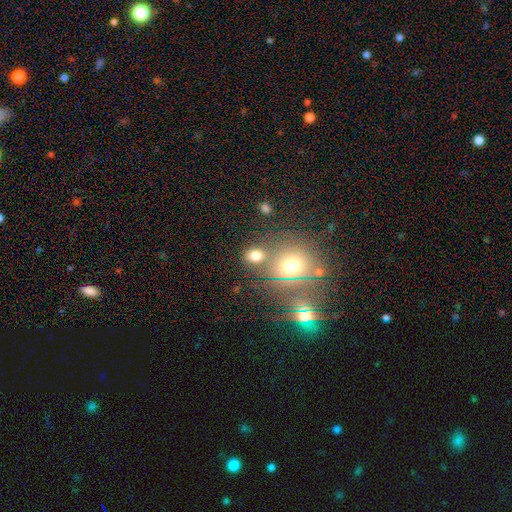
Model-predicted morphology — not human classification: This is likely a smooth galaxy (72%). How rounded: likely round (61%). Merging: possibly none (59%).